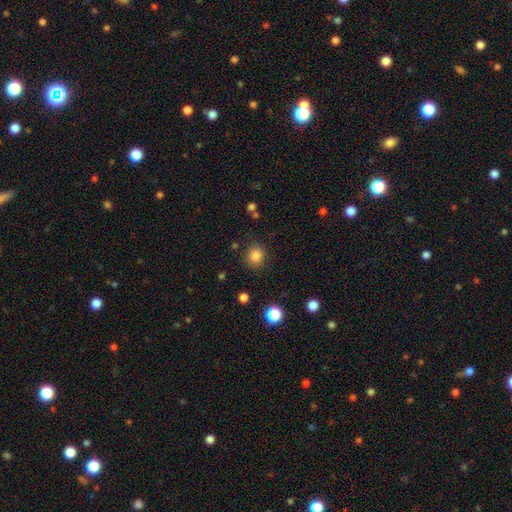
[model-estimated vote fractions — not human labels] Q: Smooth or featured?
A: smooth (84%); runner-up: star or artifact (12%)
Q: How rounded?
A: round (78%); runner-up: in between (21%)
Q: Merging?
A: none (86%); runner-up: minor disturbance (9%)